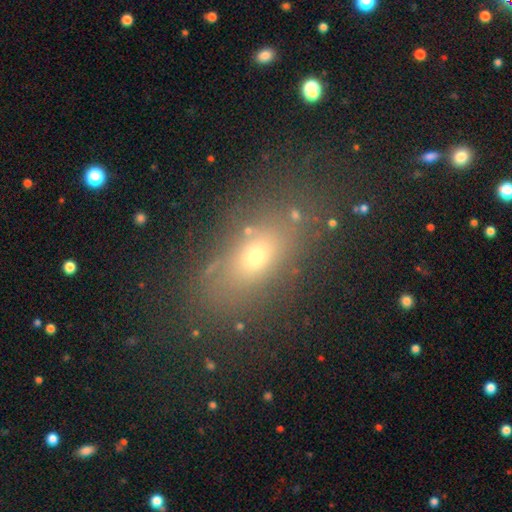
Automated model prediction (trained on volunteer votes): A smooth galaxy with no disk features (65%) that is in between round and cigar-shaped (75%).

Vote fractions:
- Smooth or featured? smooth: 65% / star or artifact: 18% / featured or disk: 17%
- How rounded? in between: 75% / round: 17% / cigar-shaped: 8%
- Merging? none: 76% / minor disturbance: 13% / major disturbance: 7% / merger: 4%